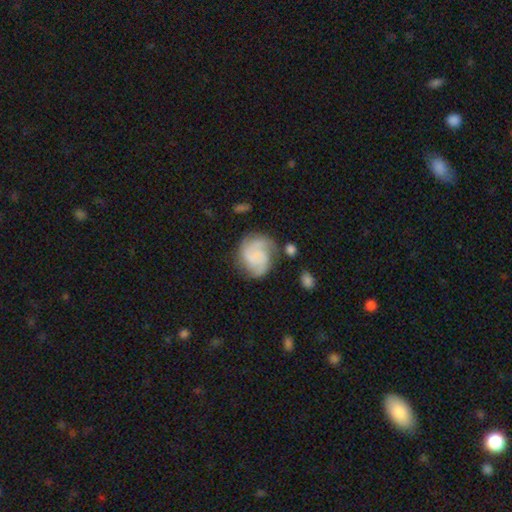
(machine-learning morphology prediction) Overall: featured or disk (65%; smooth 28%). Edge-on disk: no (98%). Bar: no (68%). Spiral arms: yes (92%). Spiral arm count: 3 (40%; 2 31%). Spiral winding: medium (44%; tight 33%). Bulge size: none (55%; small 27%). Merging: none (59%; minor disturbance 22%).